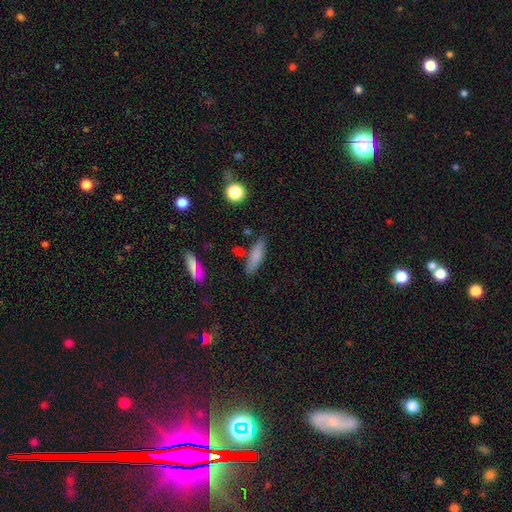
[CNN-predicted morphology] This is likely a smooth galaxy (76%). How rounded: likely cigar-shaped (60%). Merging: likely none (73%).